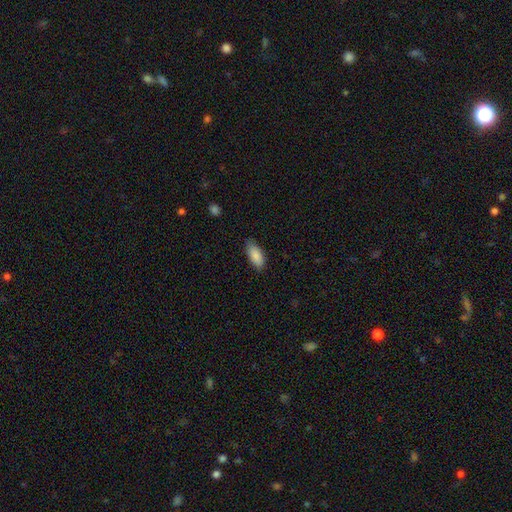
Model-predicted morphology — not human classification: This appears to be a smooth galaxy with no disk features (89%) that is in between round and cigar-shaped (85%). Merging: none (81%).